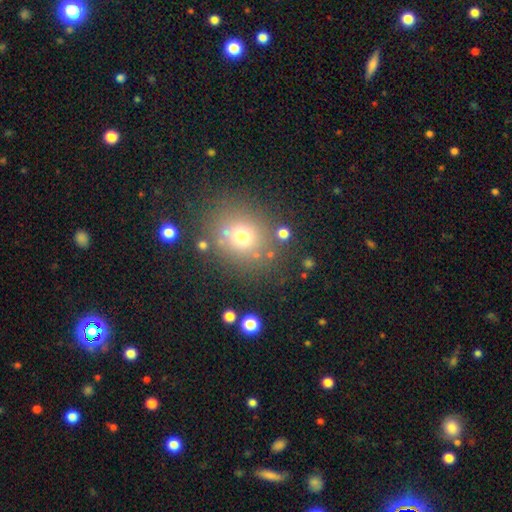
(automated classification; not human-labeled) Smooth or featured: smooth — 67% (star or artifact — 21%)
How rounded: round — 80% (in between — 19%)
Merging: none — 78% (minor disturbance — 11%)